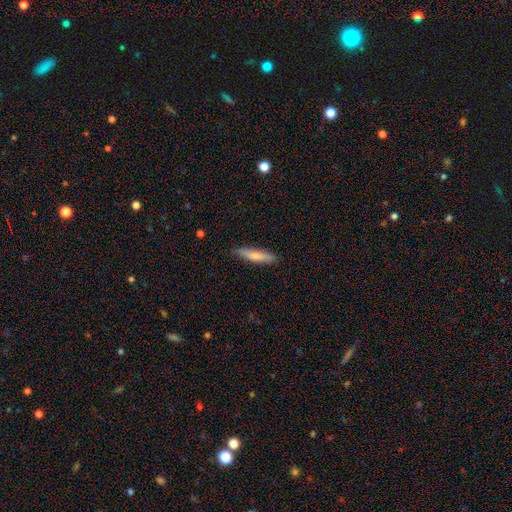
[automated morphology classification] Smooth or featured? Predicted: smooth (p=0.74). How rounded? Predicted: cigar-shaped (p=0.83). Merging? Predicted: none (p=0.82).